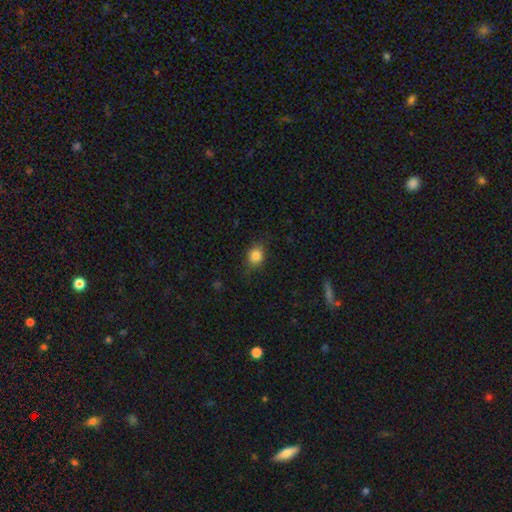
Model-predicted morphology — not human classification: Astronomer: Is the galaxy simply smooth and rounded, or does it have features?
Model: smooth — 84%.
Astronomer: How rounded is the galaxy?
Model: round — 59% (runner-up: in between, 40%).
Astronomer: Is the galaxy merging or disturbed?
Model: none — 78%.